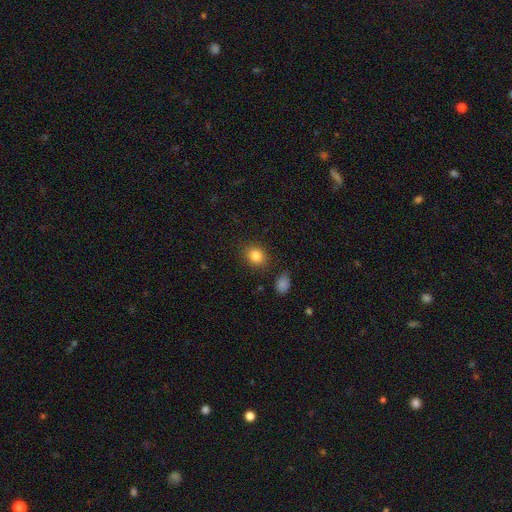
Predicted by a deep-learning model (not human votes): This appears to be a smooth galaxy with no disk features (84%) that is round (57%). Merging: none (84%).